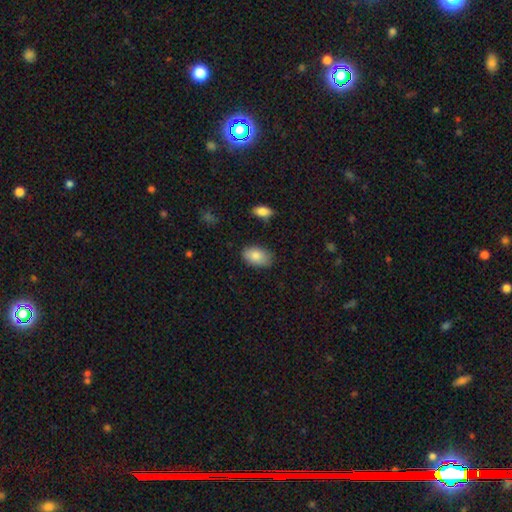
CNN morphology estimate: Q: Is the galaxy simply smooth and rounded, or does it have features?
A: smooth — 84%.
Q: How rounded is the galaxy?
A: in between — 91%.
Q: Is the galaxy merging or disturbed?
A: none — 80%.